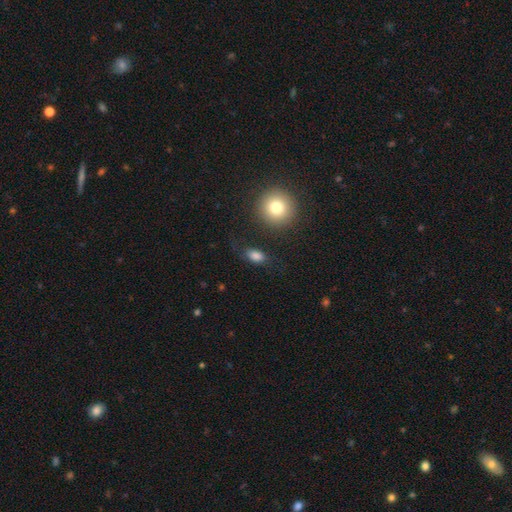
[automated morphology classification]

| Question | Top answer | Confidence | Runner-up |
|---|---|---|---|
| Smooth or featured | smooth | 83% | star or artifact (10%) |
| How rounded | in between | 81% | round (15%) |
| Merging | none | 74% | minor disturbance (15%) |